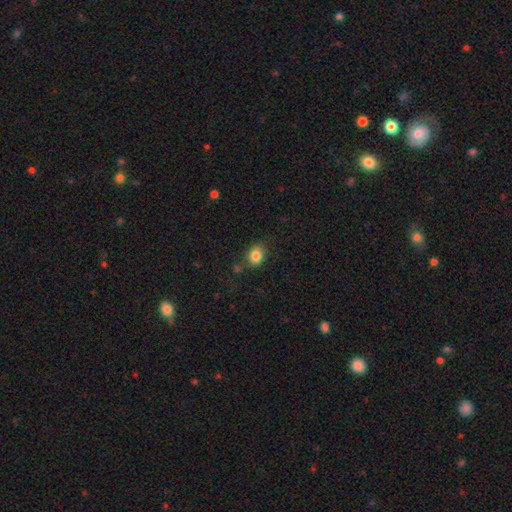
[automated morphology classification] Smooth or featured: smooth — 84% (star or artifact — 10%)
How rounded: in between — 60% (round — 39%)
Merging: none — 74% (minor disturbance — 16%)